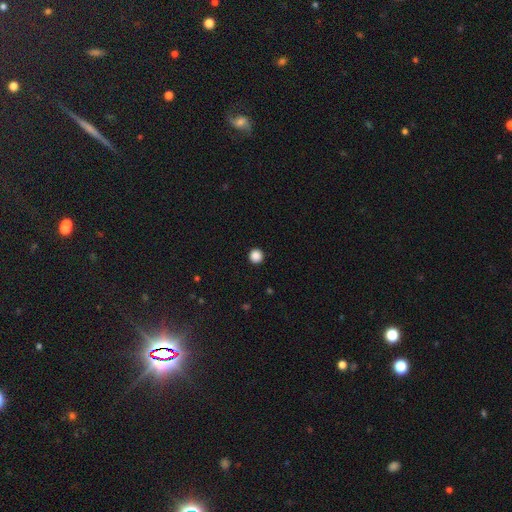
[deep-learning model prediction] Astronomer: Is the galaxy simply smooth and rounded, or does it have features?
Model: smooth — 88%.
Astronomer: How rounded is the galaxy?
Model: round — 96%.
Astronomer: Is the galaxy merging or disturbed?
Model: none — 94%.